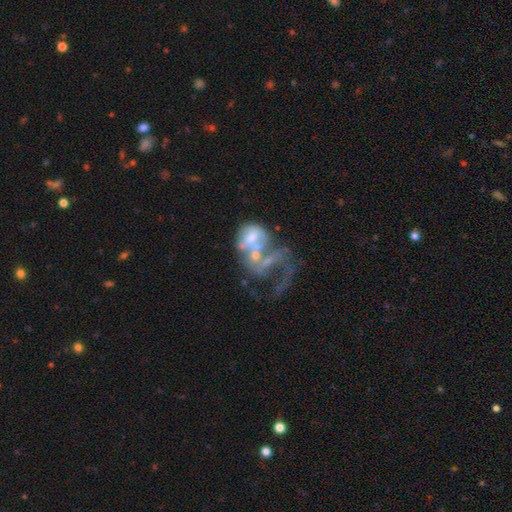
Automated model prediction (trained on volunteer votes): Smooth or featured: featured or disk — 65% (smooth — 24%)
Edge-on disk: no — 97% (yes — 3%)
Bar: no — 74% (weak — 20%)
Spiral arms: no — 69% (yes — 31%)
Bulge size: moderate — 40% (small — 27%)
Merging: merger — 50% (major disturbance — 31%)